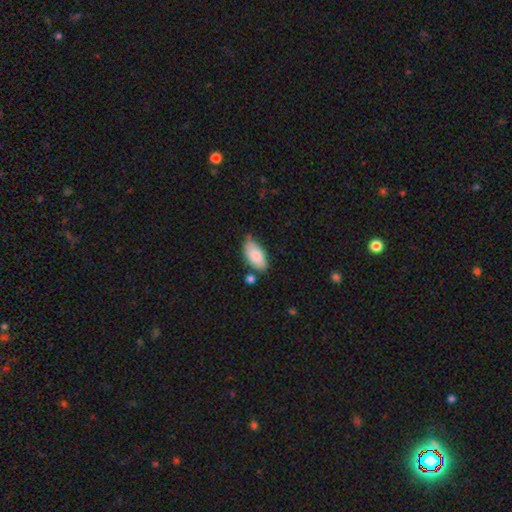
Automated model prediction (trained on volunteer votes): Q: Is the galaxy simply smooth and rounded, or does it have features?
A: smooth — 84%.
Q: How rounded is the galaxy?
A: in between — 94%.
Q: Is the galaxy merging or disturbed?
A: none — 68%.